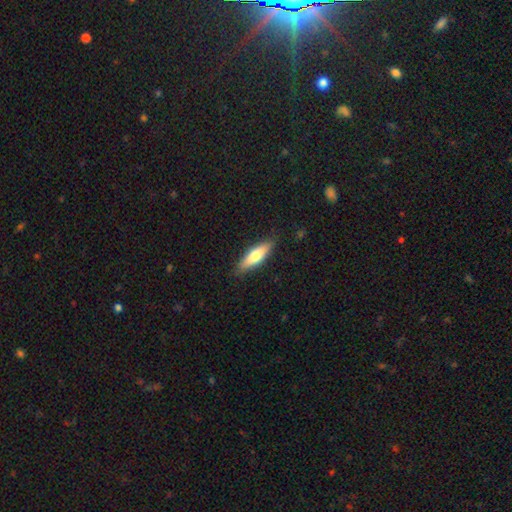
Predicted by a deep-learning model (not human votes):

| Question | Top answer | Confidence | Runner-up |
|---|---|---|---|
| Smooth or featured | smooth | 64% | featured or disk (30%) |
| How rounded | cigar-shaped | 57% | in between (41%) |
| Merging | none | 86% | minor disturbance (11%) |